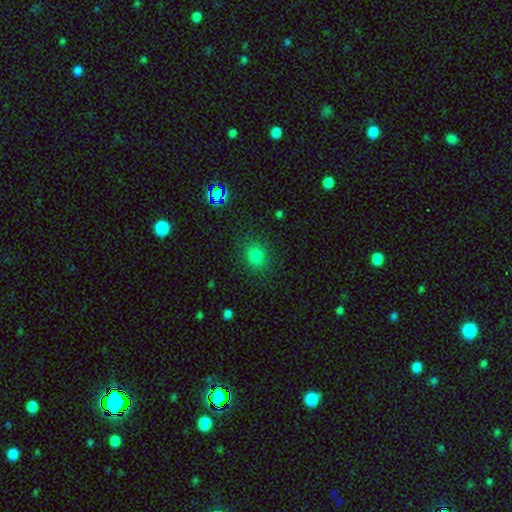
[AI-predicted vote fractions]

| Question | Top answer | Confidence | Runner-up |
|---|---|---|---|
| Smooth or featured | smooth | 79% | star or artifact (16%) |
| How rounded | round | 70% | in between (29%) |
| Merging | none | 84% | minor disturbance (11%) |